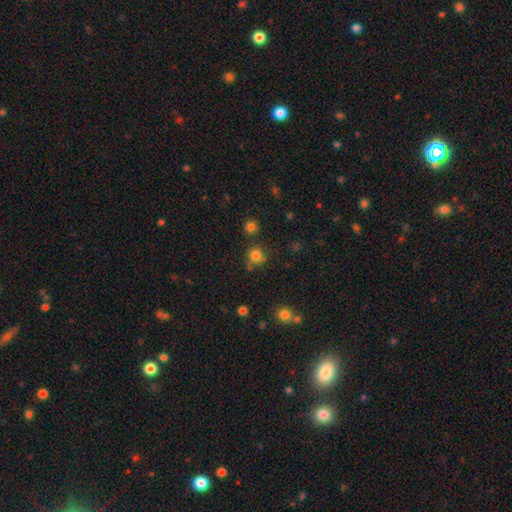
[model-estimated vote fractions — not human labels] A smooth galaxy with no disk features (79%) that is round (88%). Merging: none (71%).